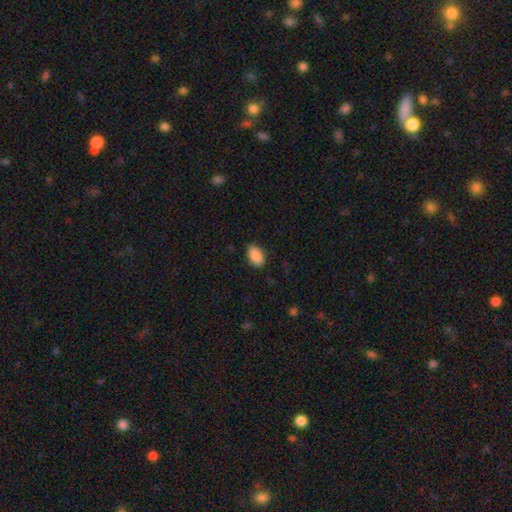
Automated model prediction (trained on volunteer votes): Morphology: type=smooth (89%); roundness=in between (93%); merging=none (85%).